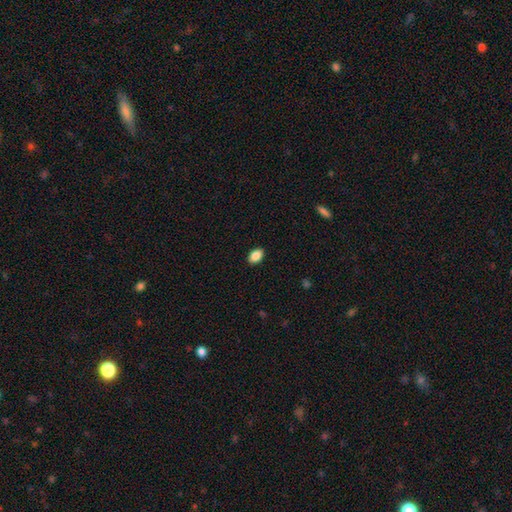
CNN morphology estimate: A smooth galaxy with no disk features (88%) that is in between round and cigar-shaped (87%).

Vote fractions:
- Smooth or featured? smooth: 88% / star or artifact: 8% / featured or disk: 4%
- How rounded? in between: 87% / round: 11% / cigar-shaped: 1%
- Merging? none: 89% / minor disturbance: 8% / major disturbance: 2% / merger: 1%